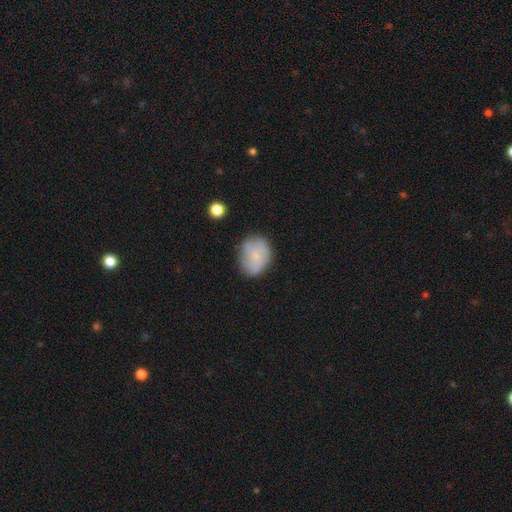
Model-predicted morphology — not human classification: Smooth or featured? smooth (63%)
How rounded? in between (57%)
Merging? none (65%)